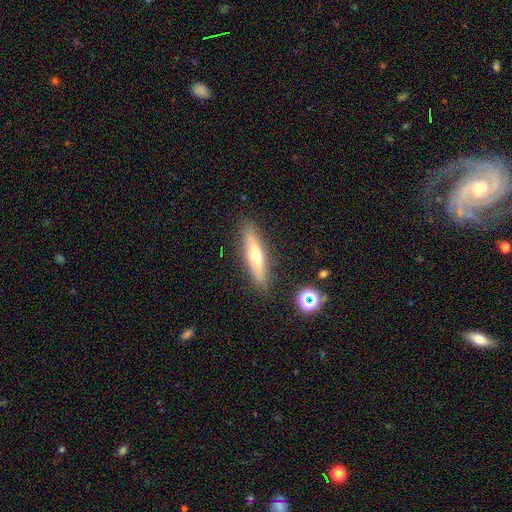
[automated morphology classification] type=featured or disk (52%); edge-on=yes (89%); merging=none (88%).